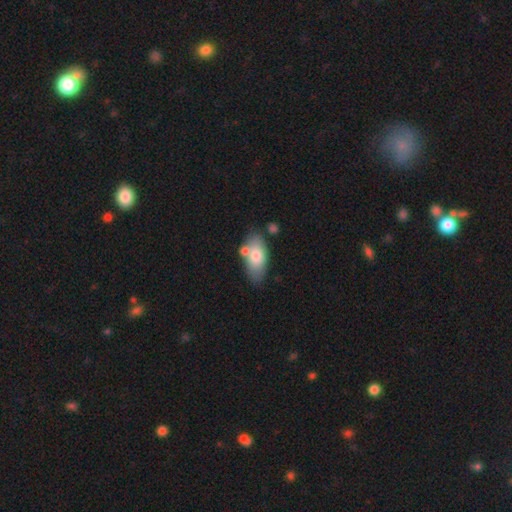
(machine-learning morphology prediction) Smooth or featured: smooth — 74% (featured or disk — 19%)
How rounded: in between — 90% (cigar-shaped — 6%)
Merging: none — 64% (minor disturbance — 16%)